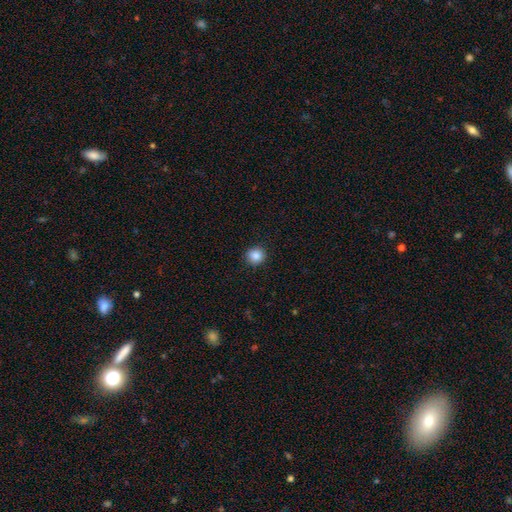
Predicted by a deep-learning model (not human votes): Smooth or featured: smooth — 86% (star or artifact — 10%)
How rounded: round — 91% (in between — 8%)
Merging: none — 91% (minor disturbance — 6%)